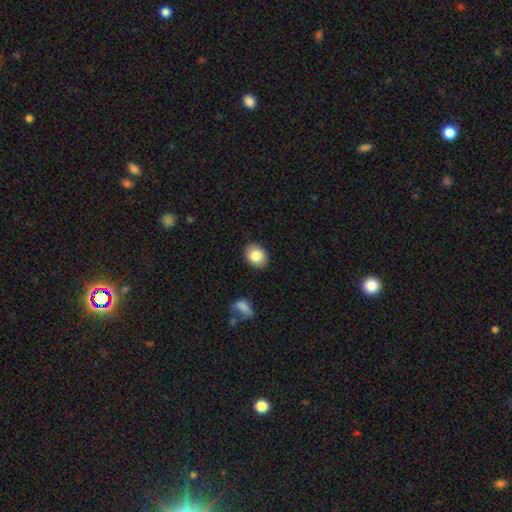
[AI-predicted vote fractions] This appears to be a smooth galaxy with no disk features (83%) that is in between round and cigar-shaped (64%). Merging: none (86%).